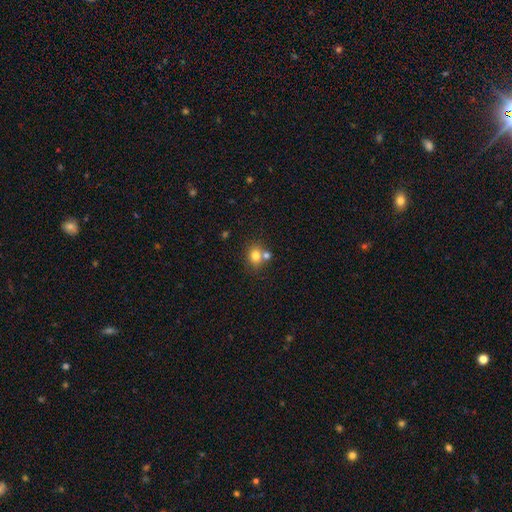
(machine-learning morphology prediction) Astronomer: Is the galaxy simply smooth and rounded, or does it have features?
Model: smooth — 78%.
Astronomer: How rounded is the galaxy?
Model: round — 63%.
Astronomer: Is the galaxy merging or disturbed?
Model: none — 54% (runner-up: merger, 33%).